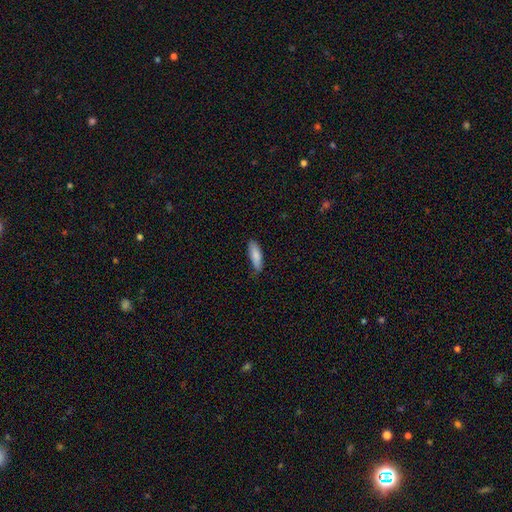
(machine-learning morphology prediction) type=smooth (85%); roundness=cigar-shaped (51%); merging=none (74%).